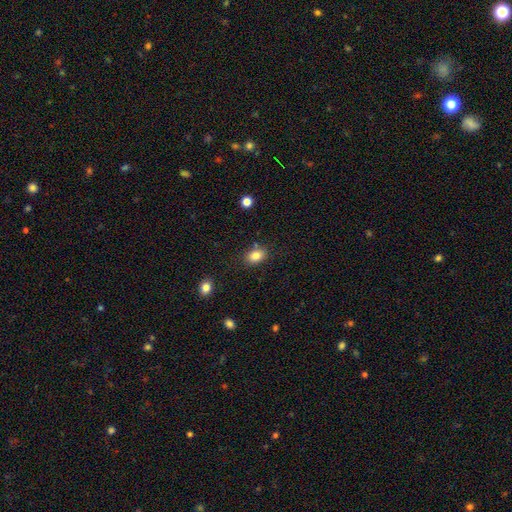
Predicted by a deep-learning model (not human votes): Smooth or featured? Predicted: smooth (p=0.84). How rounded? Predicted: in between (p=0.78). Merging? Predicted: none (p=0.80).